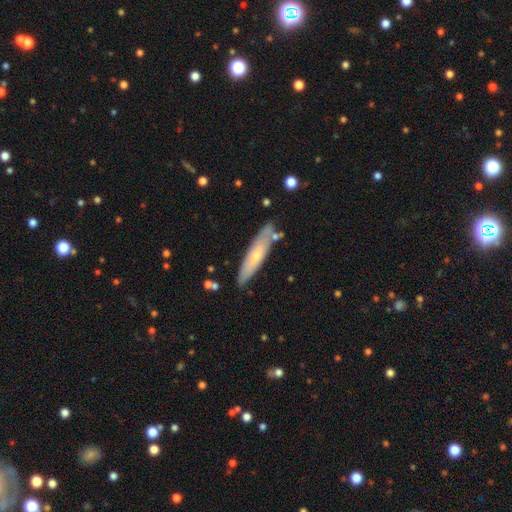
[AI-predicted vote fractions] Q: Smooth or featured?
A: smooth (53%); runner-up: featured or disk (41%)
Q: How rounded?
A: cigar-shaped (79%); runner-up: in between (19%)
Q: Merging?
A: none (77%); runner-up: minor disturbance (15%)